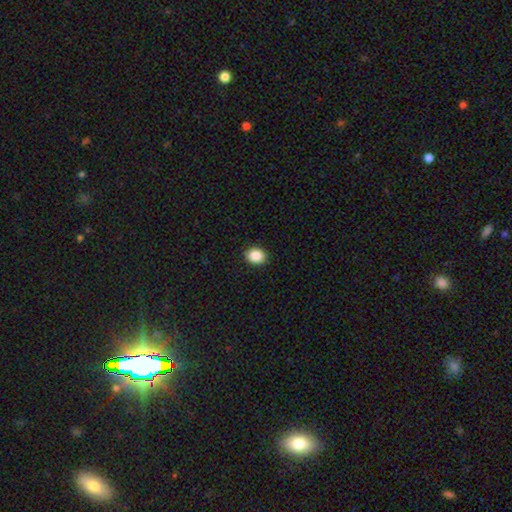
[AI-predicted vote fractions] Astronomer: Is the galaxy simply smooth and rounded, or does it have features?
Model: smooth — 88%.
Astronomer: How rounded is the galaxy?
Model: round — 57% (runner-up: in between, 42%).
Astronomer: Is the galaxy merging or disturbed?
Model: none — 92%.